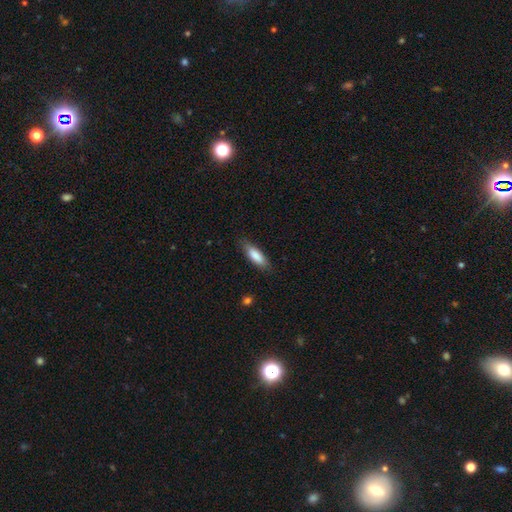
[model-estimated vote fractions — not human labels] Overall: smooth (83%). How rounded: cigar-shaped (50%; in between 49%). Merging: none (82%).